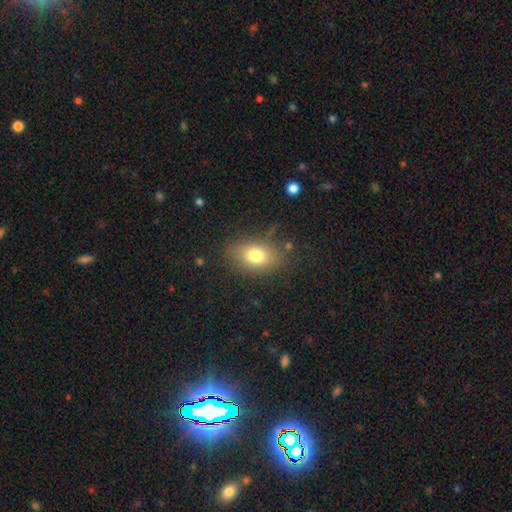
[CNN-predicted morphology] Overall: smooth (76%). How rounded: in between (78%). Merging: none (79%).